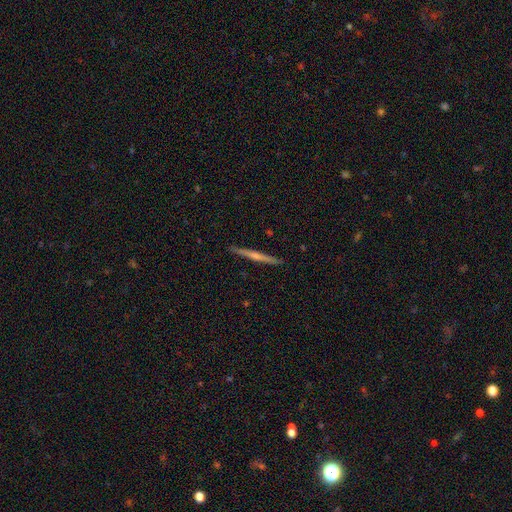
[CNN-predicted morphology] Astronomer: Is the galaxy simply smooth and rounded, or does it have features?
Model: featured or disk — 62%.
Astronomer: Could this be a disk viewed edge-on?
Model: yes — 95%.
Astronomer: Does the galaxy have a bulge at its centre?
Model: rounded — 53% (runner-up: none, 37%).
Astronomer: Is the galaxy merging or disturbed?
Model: none — 89%.